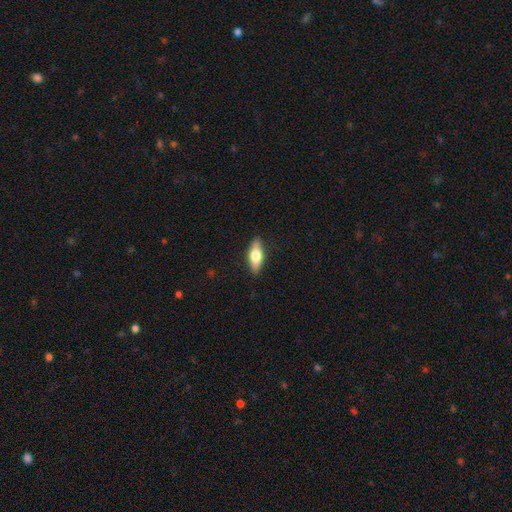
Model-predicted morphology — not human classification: This is possibly a smooth galaxy (54%). How rounded: likely in between (63%). Merging: clearly none (88%).